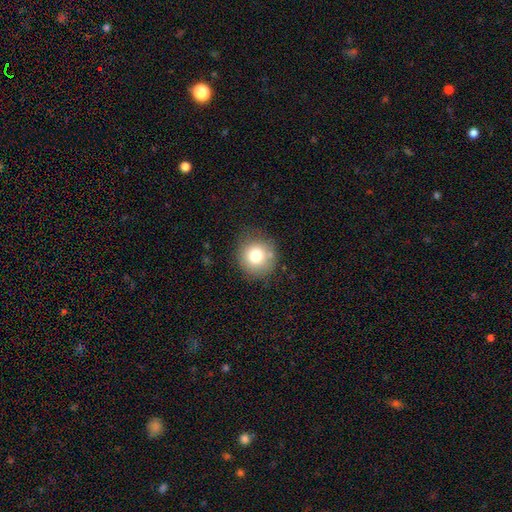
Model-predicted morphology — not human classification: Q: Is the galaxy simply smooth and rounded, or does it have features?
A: smooth — 78%.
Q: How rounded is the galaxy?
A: round — 89%.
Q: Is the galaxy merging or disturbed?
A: none — 78%.